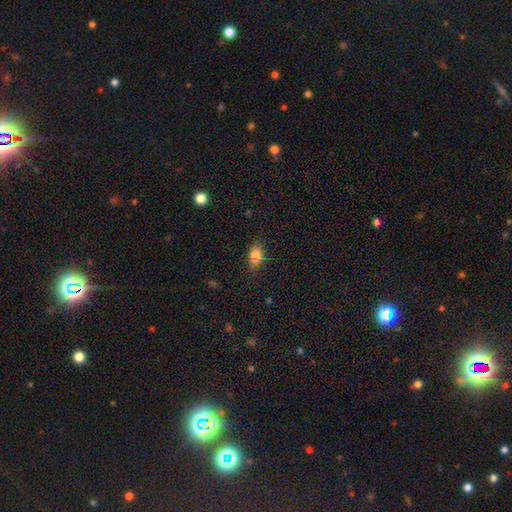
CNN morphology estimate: A smooth galaxy with no disk features (77%) that is in between round and cigar-shaped (79%). Merging: none (77%).